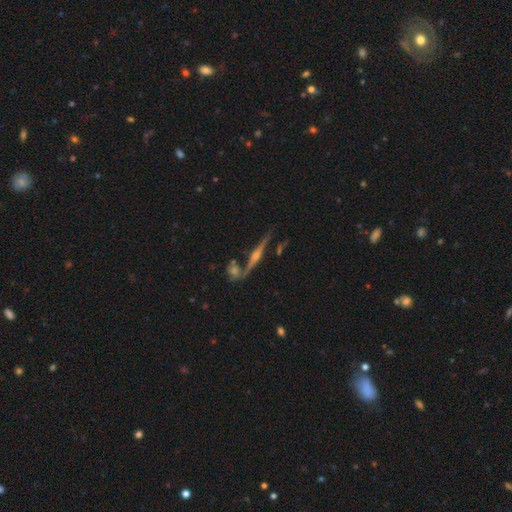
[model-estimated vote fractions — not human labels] Overall: featured or disk (86%). Edge-on disk: yes (96%). Edge-on bulge: rounded (92%). Merging: none (71%).